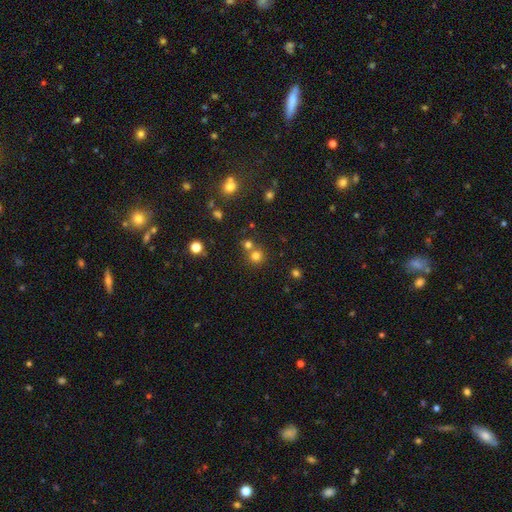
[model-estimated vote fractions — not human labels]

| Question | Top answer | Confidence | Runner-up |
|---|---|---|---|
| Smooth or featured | smooth | 75% | star or artifact (18%) |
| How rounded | round | 90% | in between (9%) |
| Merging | none | 62% | merger (29%) |